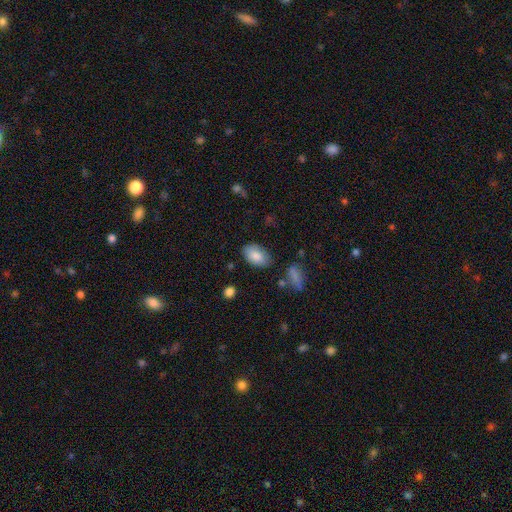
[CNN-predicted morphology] A smooth galaxy with no disk features (85%) that is in between round and cigar-shaped (93%).

Vote fractions:
- Smooth or featured? smooth: 85% / featured or disk: 8% / star or artifact: 7%
- How rounded? in between: 93% / round: 6% / cigar-shaped: 1%
- Merging? none: 79% / minor disturbance: 15% / major disturbance: 3% / merger: 3%